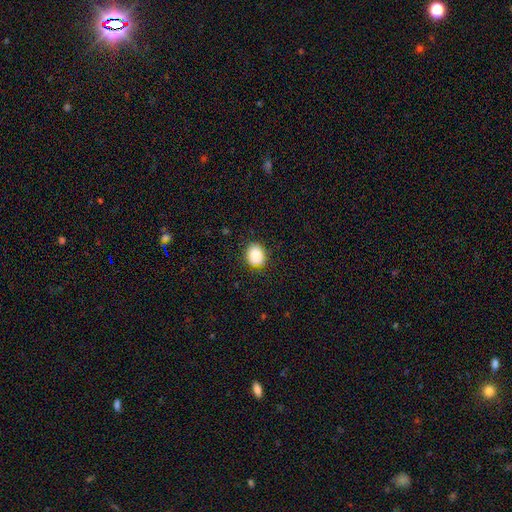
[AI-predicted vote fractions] smooth-or-featured: smooth: 87% | star or artifact: 9% | featured or disk: 5%
  how-rounded: round: 53% | in between: 46% | cigar-shaped: 1%
  merging: none: 84% | minor disturbance: 12% | major disturbance: 3% | merger: 1%